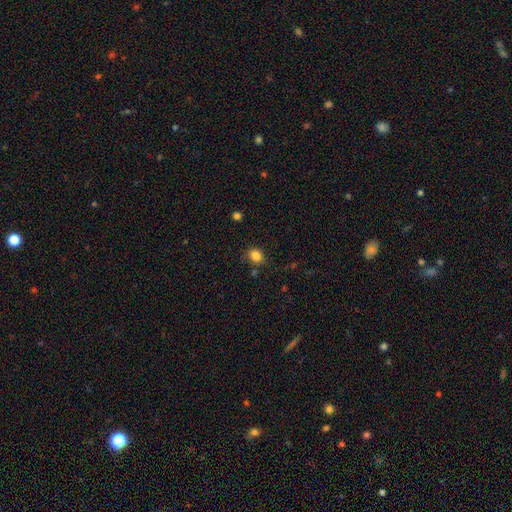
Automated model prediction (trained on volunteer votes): Q: Smooth or featured?
A: smooth (84%); runner-up: star or artifact (11%)
Q: How rounded?
A: round (52%); runner-up: in between (47%)
Q: Merging?
A: none (77%); runner-up: minor disturbance (16%)